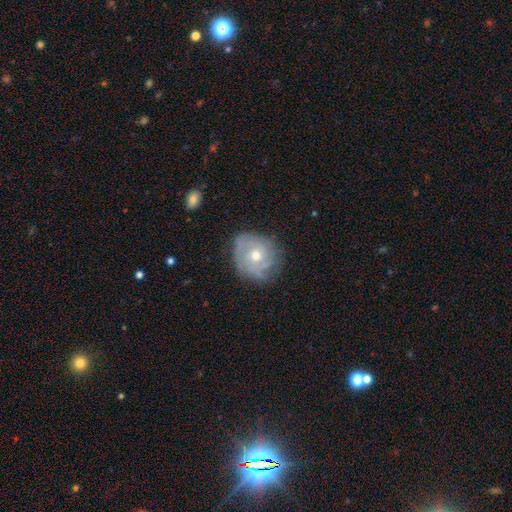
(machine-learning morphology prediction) Smooth or featured? featured or disk (71%)
Edge-on disk? no (97%)
Bar? no (81%)
Spiral arms? yes (85%)
Spiral winding? tight (64%)
Spiral arm count? can't tell (42%)
Bulge size? moderate (65%)
Merging? none (73%)